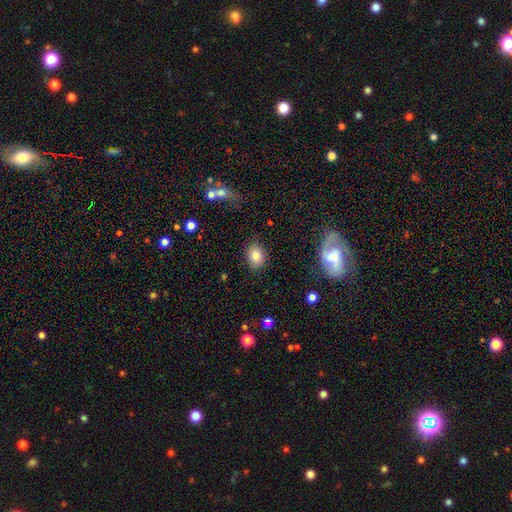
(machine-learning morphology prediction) The model was most divided on "how rounded": in between: 66%, round: 33%, cigar-shaped: 1%. More confident: merging — none (85%); smooth or featured — smooth (81%).